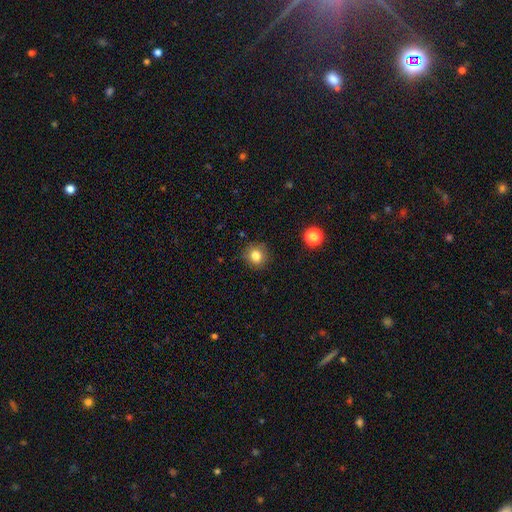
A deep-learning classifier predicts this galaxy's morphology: Q: Smooth or featured?
A: smooth (81%); runner-up: star or artifact (12%)
Q: How rounded?
A: round (87%); runner-up: in between (12%)
Q: Merging?
A: none (85%); runner-up: minor disturbance (11%)